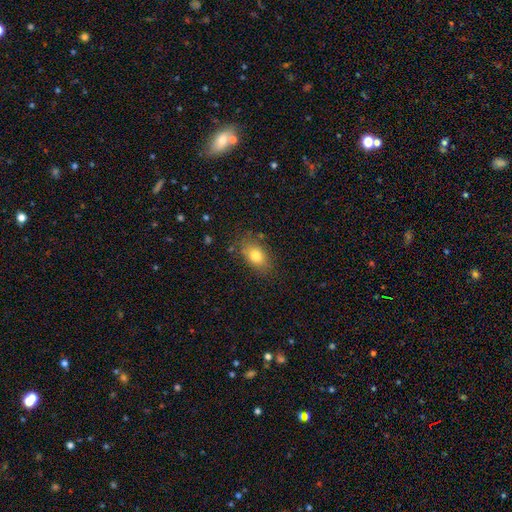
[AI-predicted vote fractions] Smooth or featured? smooth (79%)
How rounded? in between (83%)
Merging? none (78%)